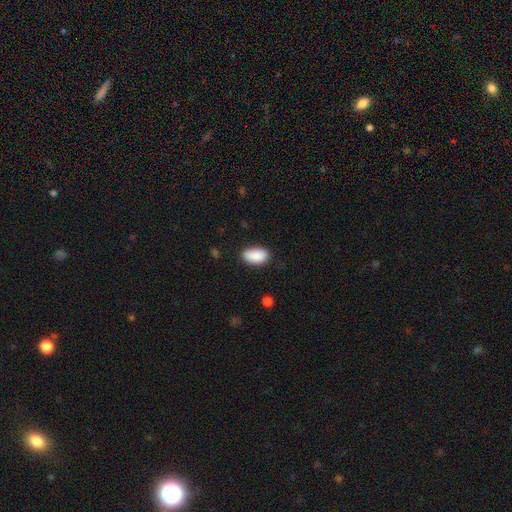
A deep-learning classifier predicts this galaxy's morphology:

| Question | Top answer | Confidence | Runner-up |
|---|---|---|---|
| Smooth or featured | smooth | 90% | star or artifact (7%) |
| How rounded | in between | 94% | round (4%) |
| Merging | none | 83% | minor disturbance (13%) |